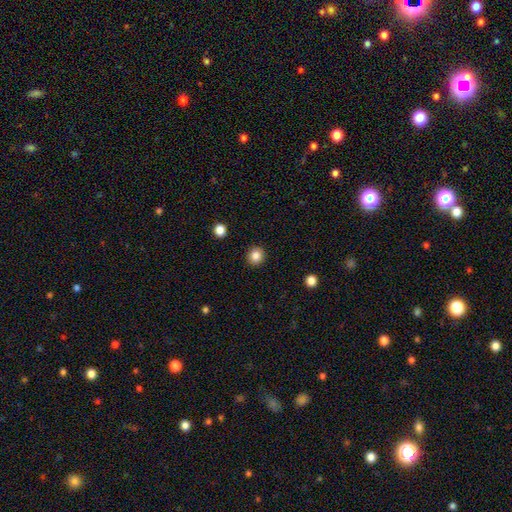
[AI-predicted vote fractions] Smooth or featured? smooth (85%)
How rounded? round (90%)
Merging? none (92%)